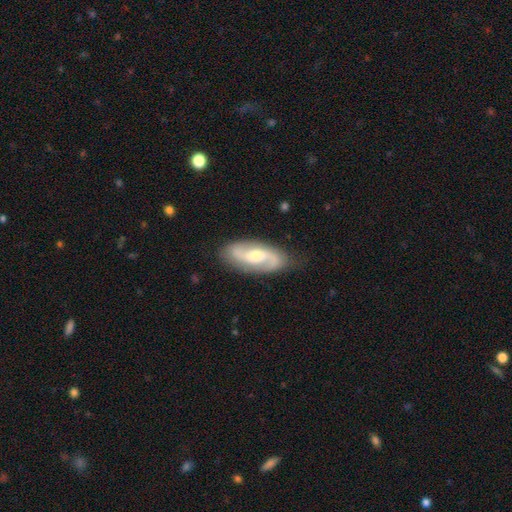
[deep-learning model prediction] This is likely a featured or disk galaxy (80%). It is clearly not viewed edge-on (94%). Bar: marginally weak (44%). Spiral arm pattern: clearly yes (94%). Spiral arm count: clearly 2 (90%). Spiral winding: possibly medium (45%). Central bulge: likely moderate (62%). Merging: clearly none (80%).